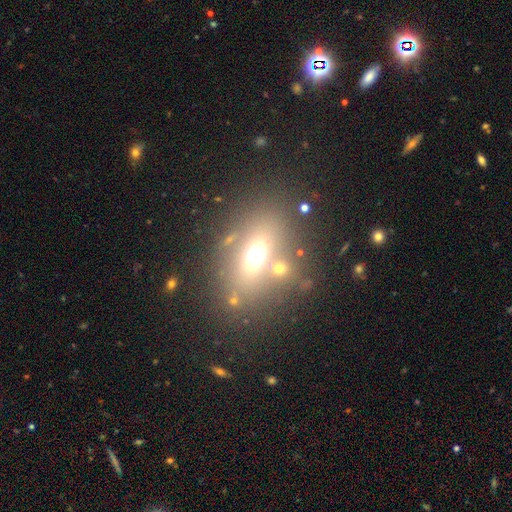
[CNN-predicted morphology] Smooth or featured: smooth — 57% (star or artifact — 23%)
How rounded: in between — 67% (round — 28%)
Merging: none — 62% (merger — 19%)